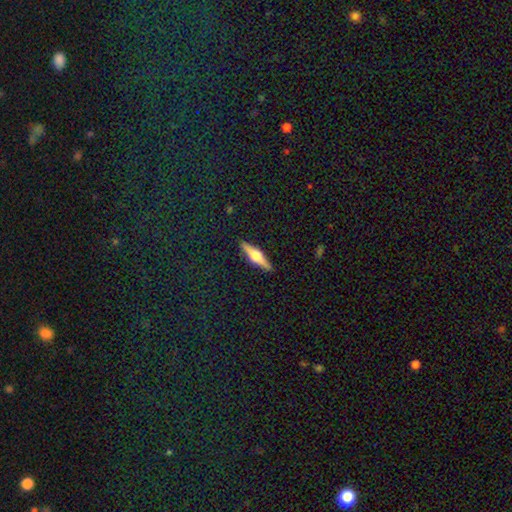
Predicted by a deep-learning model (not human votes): Smooth or featured? Predicted: featured or disk (p=0.66). Edge-on disk? Predicted: yes (p=0.97). Edge-on bulge? Predicted: rounded (p=0.91). Merging? Predicted: none (p=0.91).